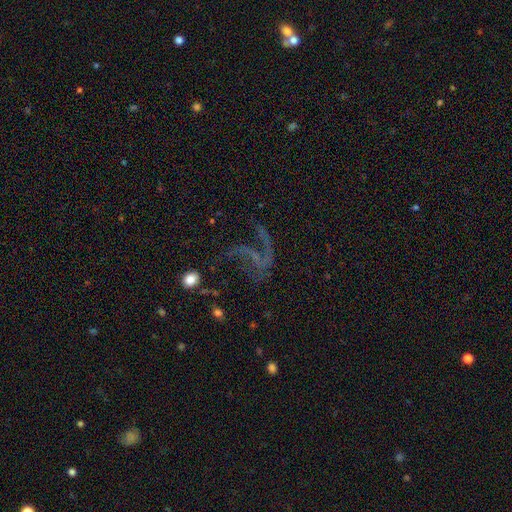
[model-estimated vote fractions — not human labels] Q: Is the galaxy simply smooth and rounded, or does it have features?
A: featured or disk — 67%.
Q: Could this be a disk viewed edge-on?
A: no — 96%.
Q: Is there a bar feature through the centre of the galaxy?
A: no — 57%.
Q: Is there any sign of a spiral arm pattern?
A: yes — 79%.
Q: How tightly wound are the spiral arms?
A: loose — 77%.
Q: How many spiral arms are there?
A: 2 — 44%.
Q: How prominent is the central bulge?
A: none — 58%.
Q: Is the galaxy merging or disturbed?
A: none — 43%.